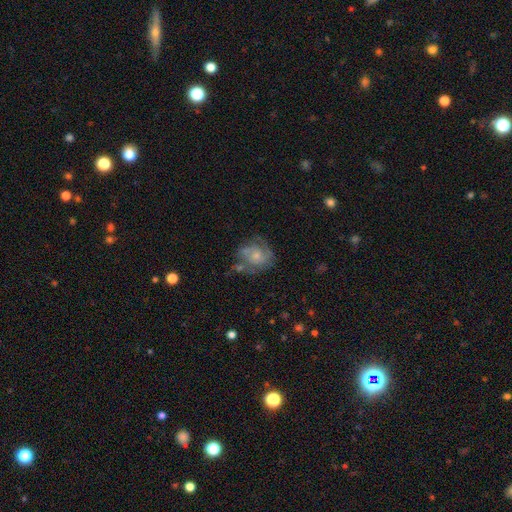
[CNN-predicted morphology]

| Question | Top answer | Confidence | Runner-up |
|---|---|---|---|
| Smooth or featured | featured or disk | 58% | smooth (34%) |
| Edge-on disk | no | 98% | yes (2%) |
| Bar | no | 80% | weak (18%) |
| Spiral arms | yes | 74% | no (26%) |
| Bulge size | small | 59% | moderate (32%) |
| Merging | none | 48% | minor disturbance (25%) |